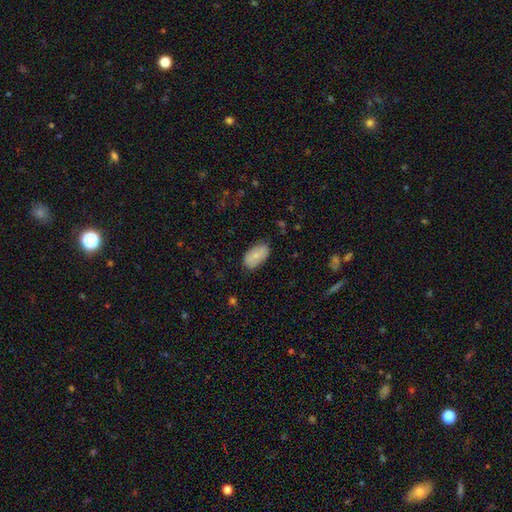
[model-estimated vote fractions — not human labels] Q: Smooth or featured?
A: smooth (78%); runner-up: featured or disk (16%)
Q: How rounded?
A: in between (94%); runner-up: round (4%)
Q: Merging?
A: none (79%); runner-up: minor disturbance (16%)